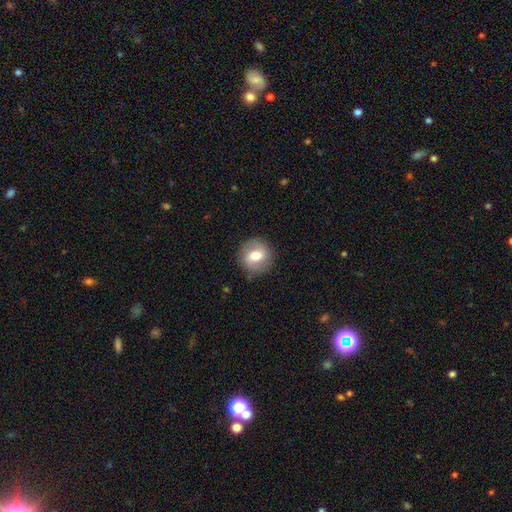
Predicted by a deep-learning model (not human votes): Smooth or featured? Predicted: smooth (p=0.62). How rounded? Predicted: round (p=0.85). Merging? Predicted: none (p=0.85).